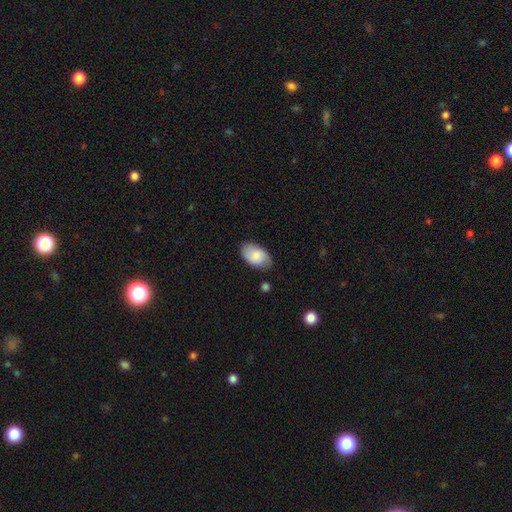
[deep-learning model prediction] smooth-or-featured: smooth: 75% | featured or disk: 19% | star or artifact: 7%
  how-rounded: in between: 92% | round: 7% | cigar-shaped: 1%
  merging: none: 74% | minor disturbance: 20% | major disturbance: 4% | merger: 2%